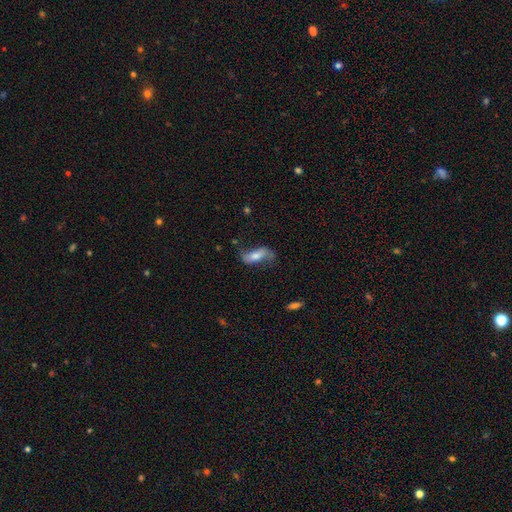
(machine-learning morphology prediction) This appears to be a smooth galaxy with no disk features (49%). Merging: none (56%).